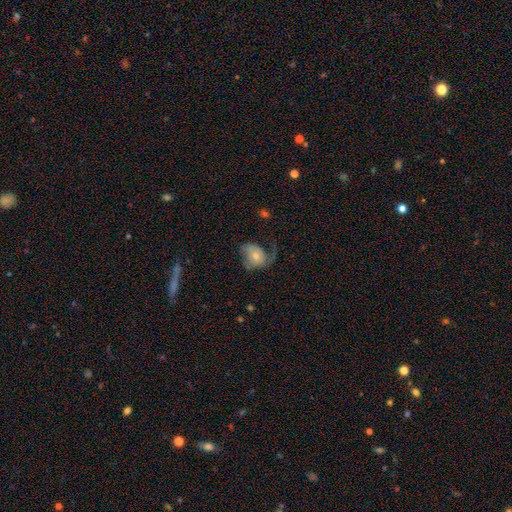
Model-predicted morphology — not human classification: The model was most divided on "merging": major disturbance: 41%, none: 32%, minor disturbance: 25%, merger: 2%. More confident: edge-on disk — no (96%); smooth or featured — featured or disk (51%).